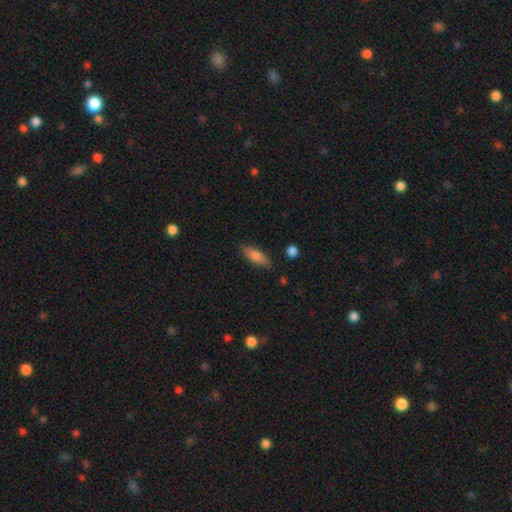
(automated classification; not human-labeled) Smooth or featured? Predicted: smooth (p=0.71). How rounded? Predicted: in between (p=0.56). Merging? Predicted: none (p=0.84).